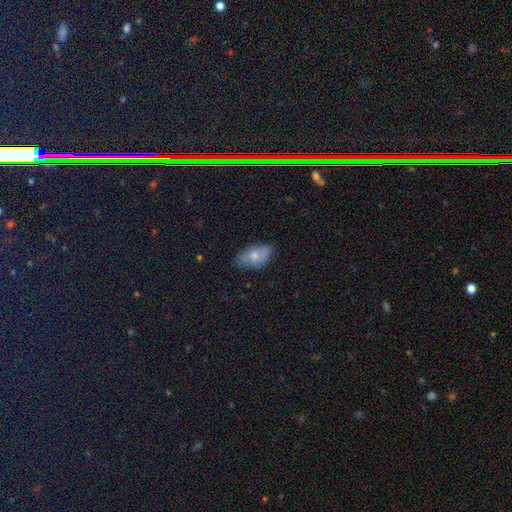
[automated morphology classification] smooth 66%, featured or disk 26%, star or artifact 8%. Down the decision tree: how rounded — in between (92%); merging — none (67%).